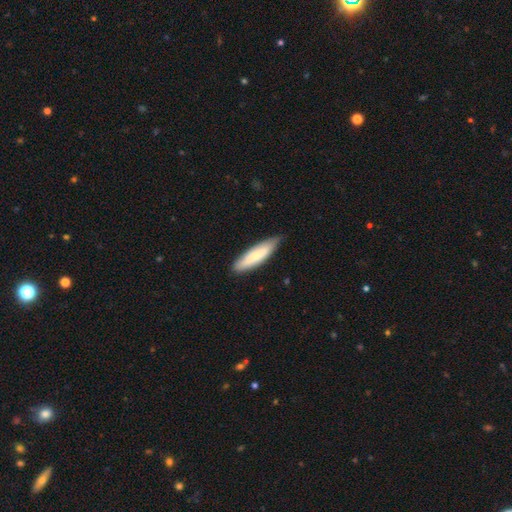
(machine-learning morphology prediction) Overall: smooth (72%). How rounded: cigar-shaped (65%; in between 33%). Merging: none (78%).